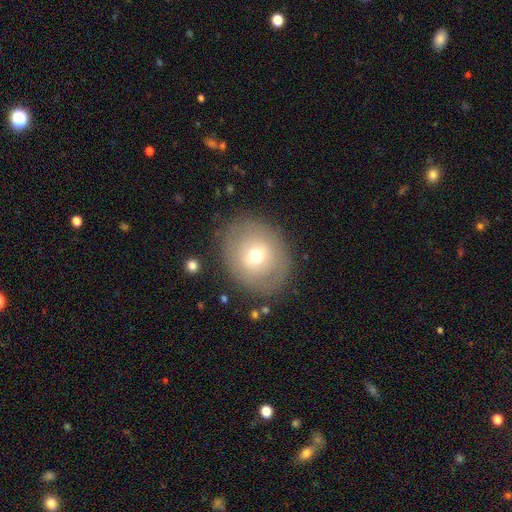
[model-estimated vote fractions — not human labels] Smooth or featured?
  - smooth: 58% *
  - featured or disk: 33%
  - star or artifact: 9%
How rounded?
  - round: 64% *
  - in between: 35%
  - cigar-shaped: 1%
Merging?
  - none: 83% *
  - minor disturbance: 11%
  - major disturbance: 5%
  - merger: 1%